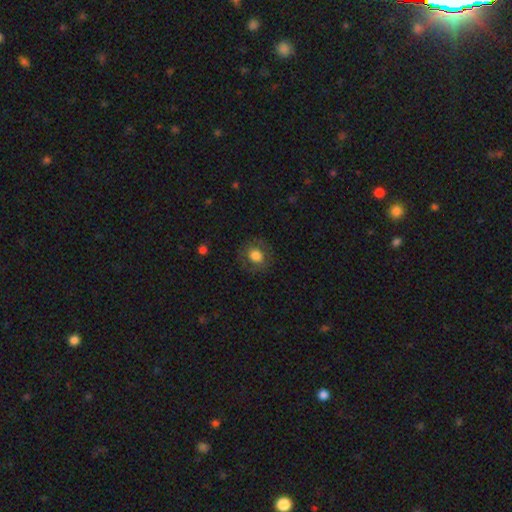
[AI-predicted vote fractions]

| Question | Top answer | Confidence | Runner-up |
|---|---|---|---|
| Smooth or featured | smooth | 73% | featured or disk (17%) |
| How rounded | round | 81% | in between (18%) |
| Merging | none | 82% | minor disturbance (11%) |